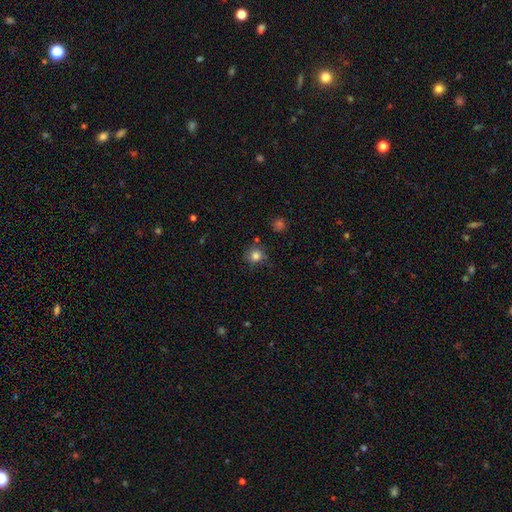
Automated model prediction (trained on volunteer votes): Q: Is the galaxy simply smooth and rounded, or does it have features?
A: smooth — 82%.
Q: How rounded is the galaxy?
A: round — 89%.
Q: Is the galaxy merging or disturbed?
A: none — 78%.